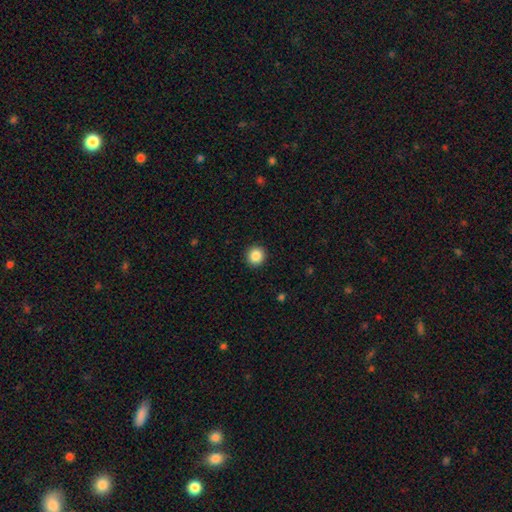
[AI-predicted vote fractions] Overall: smooth (86%). How rounded: round (93%). Merging: none (93%).